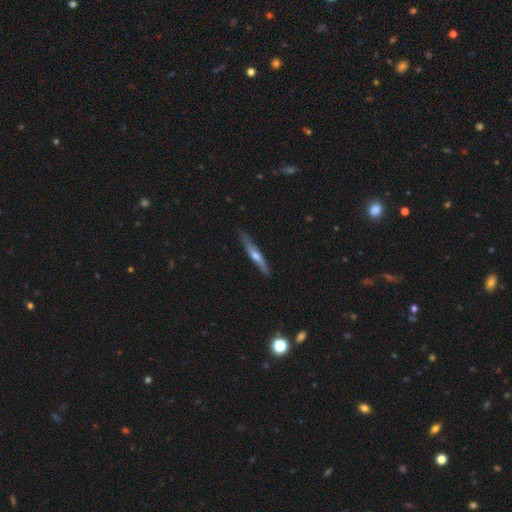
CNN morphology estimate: featured or disk 52%, smooth 43%, star or artifact 5%. Down the decision tree: edge-on disk — yes (92%); merging — none (83%).